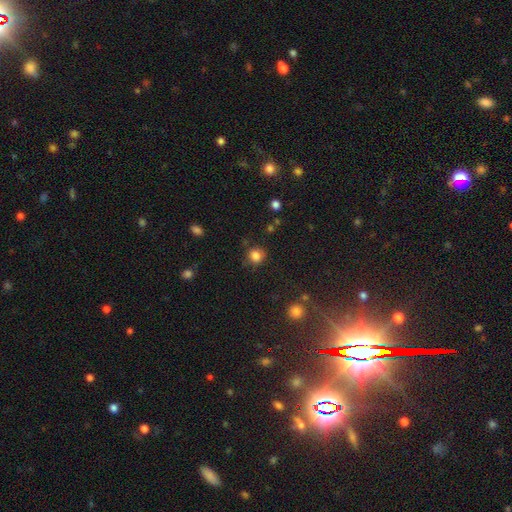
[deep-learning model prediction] Morphology: type=smooth (82%); roundness=round (81%); merging=none (79%).